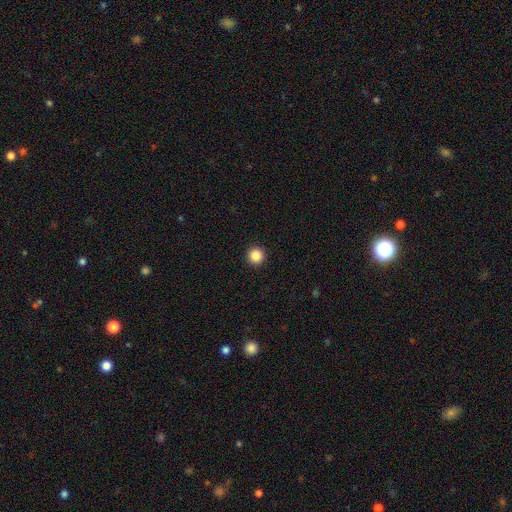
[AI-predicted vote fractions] smooth_or_featured: smooth (p=0.86) [alt: star or artifact p=0.10]
how_rounded: round (p=0.97) [alt: in between p=0.03]
merging: none (p=0.94) [alt: minor disturbance p=0.04]